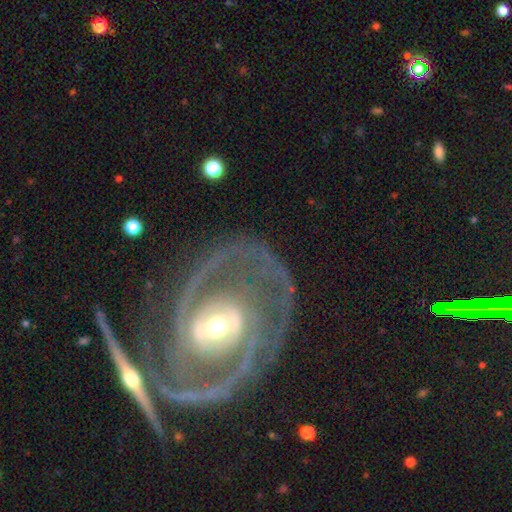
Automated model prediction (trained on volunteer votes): A featured or disk galaxy (90%) with no bar (42%), 2 (75%) tight (50%) spiral arms (96%) and a moderate central bulge (51%).

Vote fractions:
- Smooth or featured? featured or disk: 90% / star or artifact: 5% / smooth: 5%
- Edge-on disk? no: 97% / yes: 3%
- Bar? no: 42% / weak: 32% / strong: 26%
- Spiral arms? yes: 96% / no: 4%
- Spiral winding? tight: 50% / medium: 41% / loose: 9%
- Spiral arm count? 2: 75% / 3: 8% / can't tell: 7% / 1: 4% / 4: 3% / more than 4: 3%
- Bulge size? moderate: 51% / small: 42% / large: 5% / dominant: 1% / none: 1%
- Merging? none: 65% / minor disturbance: 15% / major disturbance: 12% / merger: 8%